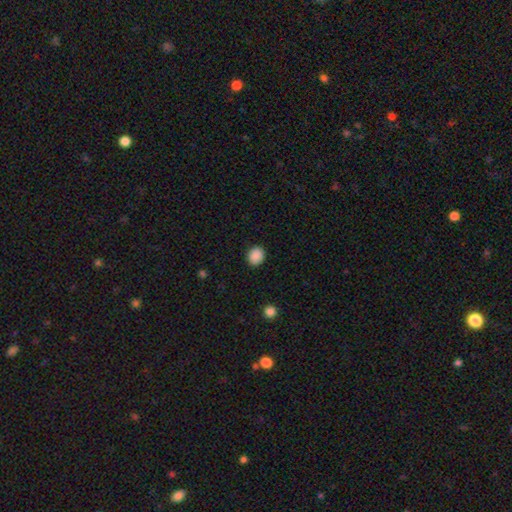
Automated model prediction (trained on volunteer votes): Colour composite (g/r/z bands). It shows a smooth galaxy with no disk features (89%) that is round (65%). Merging: none (90%).